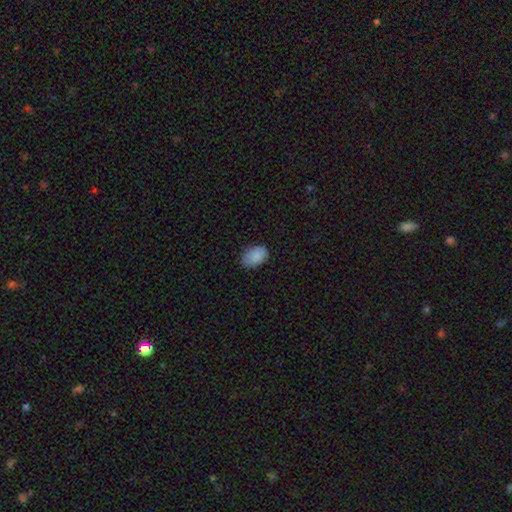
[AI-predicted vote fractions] A smooth galaxy with no disk features (88%) that is in between round and cigar-shaped (88%). Merging: none (79%).